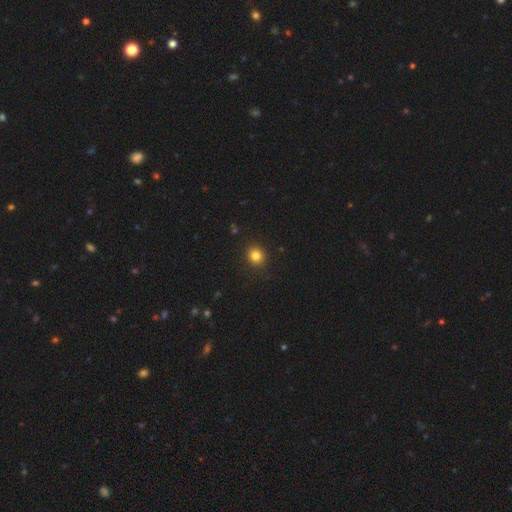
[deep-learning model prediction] Smooth or featured: smooth — 83% (star or artifact — 12%)
How rounded: round — 82% (in between — 17%)
Merging: none — 91% (minor disturbance — 6%)